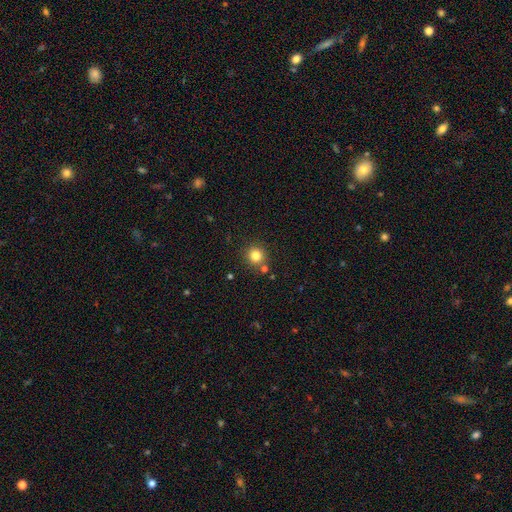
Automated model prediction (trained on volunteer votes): A smooth galaxy with no disk features (81%) that is round (92%). Merging: none (83%).